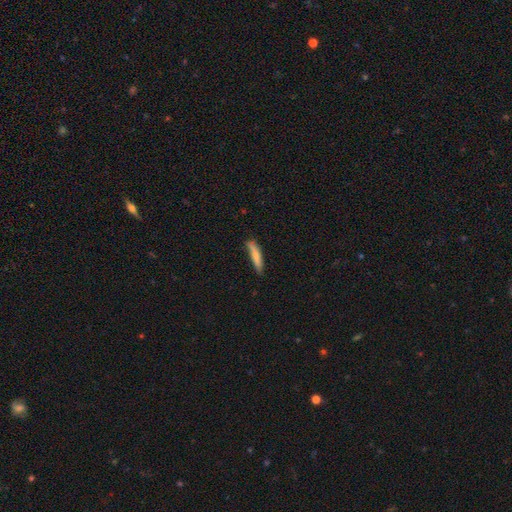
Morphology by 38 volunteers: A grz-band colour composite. It shows a smooth galaxy with no disk features (84%) that is cigar-shaped (91%). Merging: none (73%).